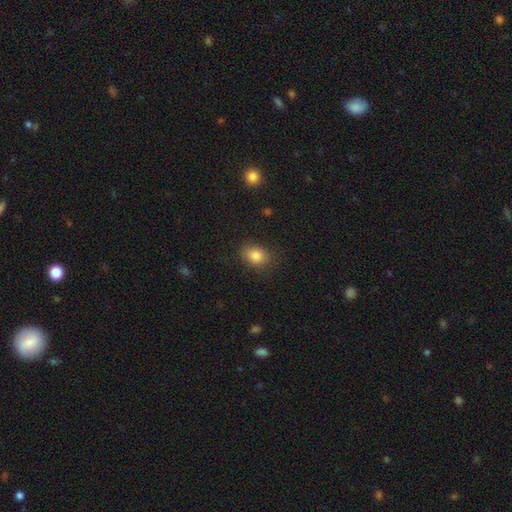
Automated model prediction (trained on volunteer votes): Morphology: type=smooth (85%); roundness=in between (62%); merging=none (81%).